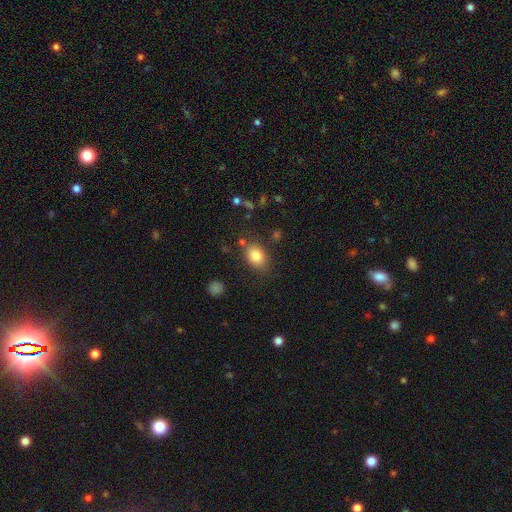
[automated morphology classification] This appears to be a smooth galaxy with no disk features (82%) that is in between round and cigar-shaped (73%). Merging: none (78%).